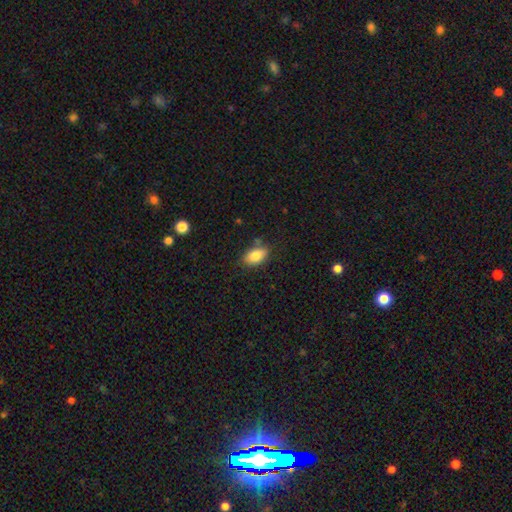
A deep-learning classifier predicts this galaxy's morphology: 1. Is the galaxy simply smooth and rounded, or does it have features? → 83% smooth, 9% featured or disk, 8% star or artifact.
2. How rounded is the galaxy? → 89% in between, 9% round, 3% cigar-shaped.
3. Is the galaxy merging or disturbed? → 77% none, 16% minor disturbance, 4% merger, 3% major disturbance.